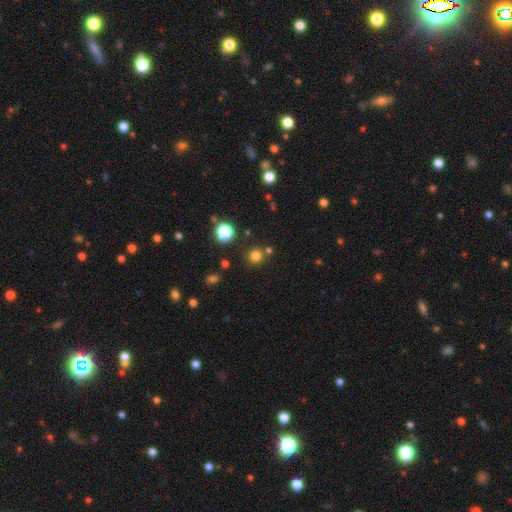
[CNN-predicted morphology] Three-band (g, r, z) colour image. It shows a smooth galaxy with no disk features (75%) that is round (92%). Merging: none (80%).